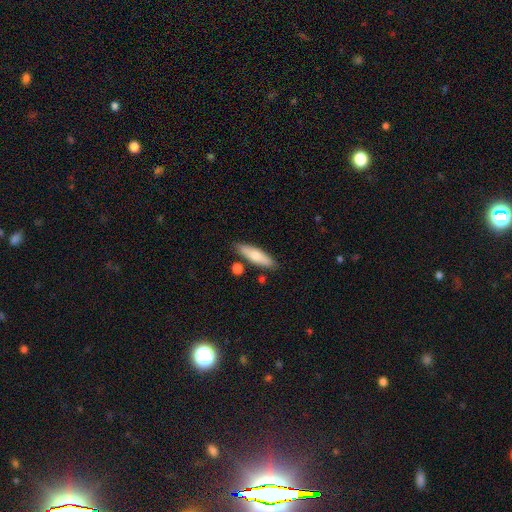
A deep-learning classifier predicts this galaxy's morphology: type=smooth (71%); roundness=cigar-shaped (64%); merging=none (80%).